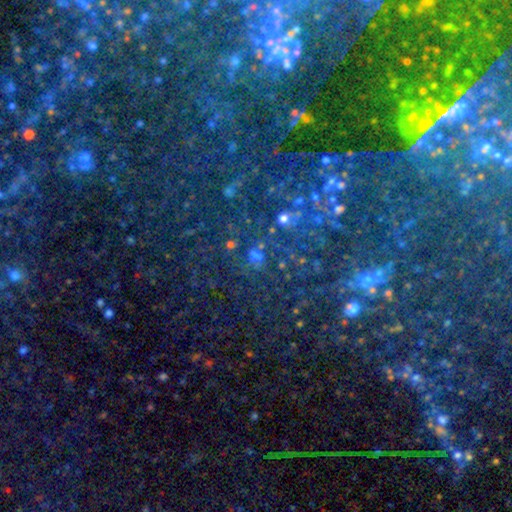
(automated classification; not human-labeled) This appears to be a star or artifact, not a galaxy (53%).